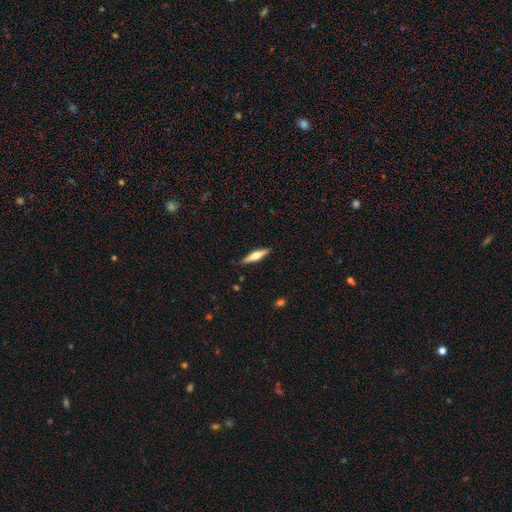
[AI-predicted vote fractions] A smooth galaxy with no disk features (50%) that is cigar-shaped (80%). Merging: none (88%).